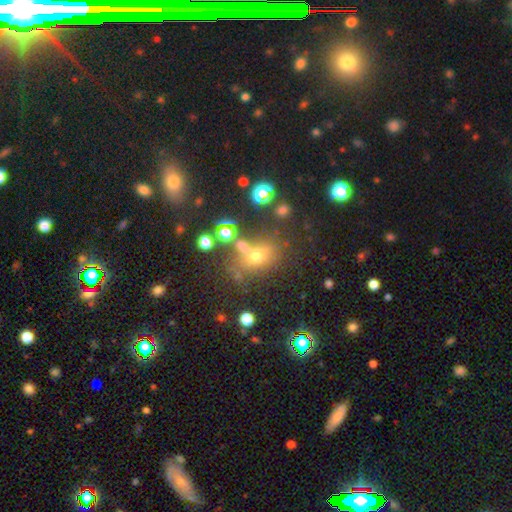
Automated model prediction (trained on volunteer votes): Q: Smooth or featured?
A: smooth (57%); runner-up: star or artifact (27%)
Q: How rounded?
A: in between (53%); runner-up: round (45%)
Q: Merging?
A: none (56%); runner-up: merger (21%)